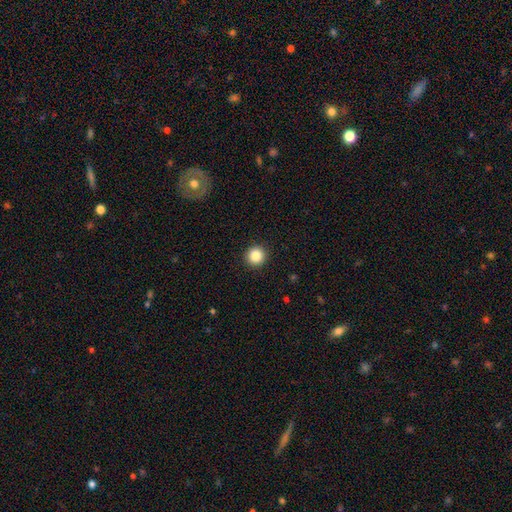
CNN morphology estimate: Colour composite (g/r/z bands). It shows a smooth galaxy with no disk features (85%) that is round (95%). Merging: none (93%).